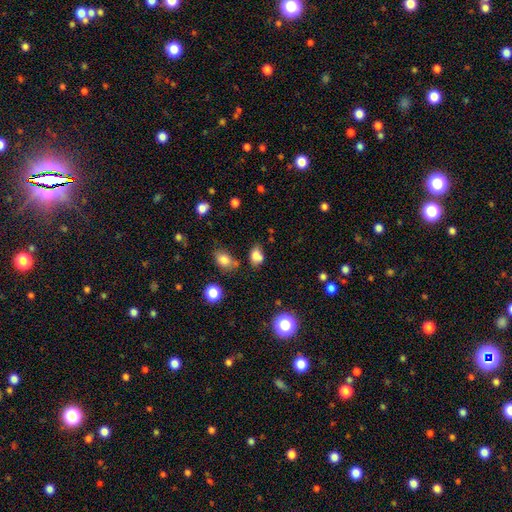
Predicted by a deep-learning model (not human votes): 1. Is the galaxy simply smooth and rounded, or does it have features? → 79% smooth, 14% star or artifact, 8% featured or disk.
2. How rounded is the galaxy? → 73% in between, 26% round, 2% cigar-shaped.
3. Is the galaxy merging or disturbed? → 54% none, 25% minor disturbance, 13% merger, 8% major disturbance.